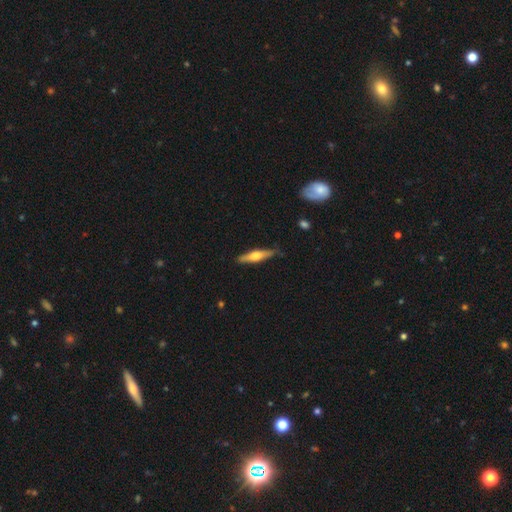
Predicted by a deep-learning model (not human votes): A featured or disk galaxy (56%) viewed edge-on (95%) with a rounded central bulge (91%). Merging: none (82%).